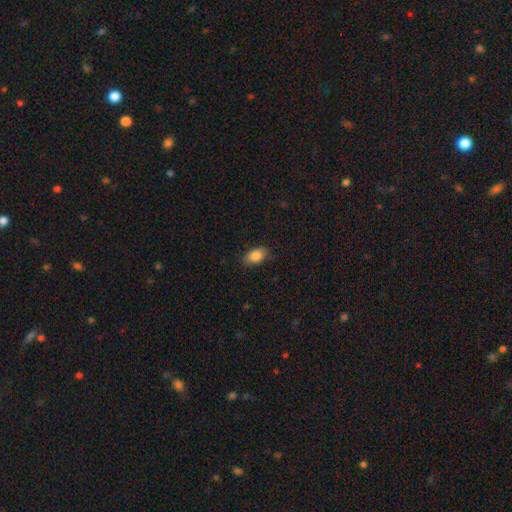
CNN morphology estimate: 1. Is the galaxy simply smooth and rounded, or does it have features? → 85% smooth, 8% star or artifact, 7% featured or disk.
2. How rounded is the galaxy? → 90% in between, 7% round, 3% cigar-shaped.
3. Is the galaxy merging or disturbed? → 83% none, 13% minor disturbance, 3% major disturbance, 1% merger.